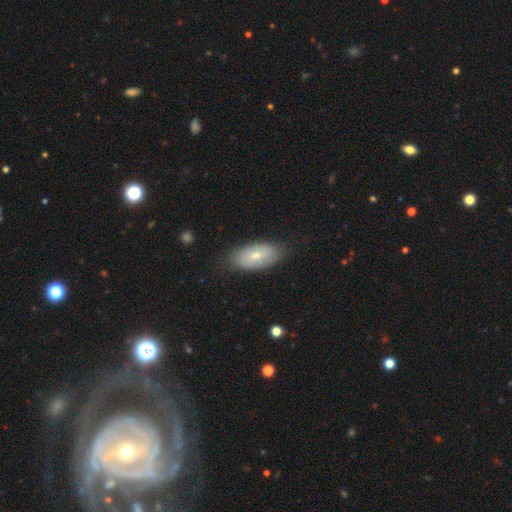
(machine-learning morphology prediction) This is likely a smooth galaxy (67%). How rounded: clearly in between (93%). Merging: likely none (78%).